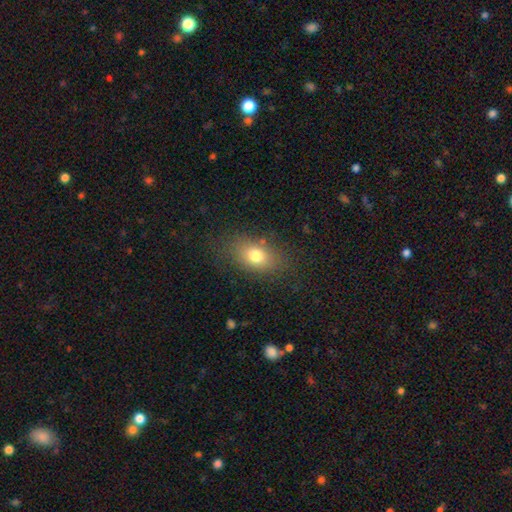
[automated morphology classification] A smooth galaxy with no disk features (75%) that is in between round and cigar-shaped (76%). Merging: none (78%).